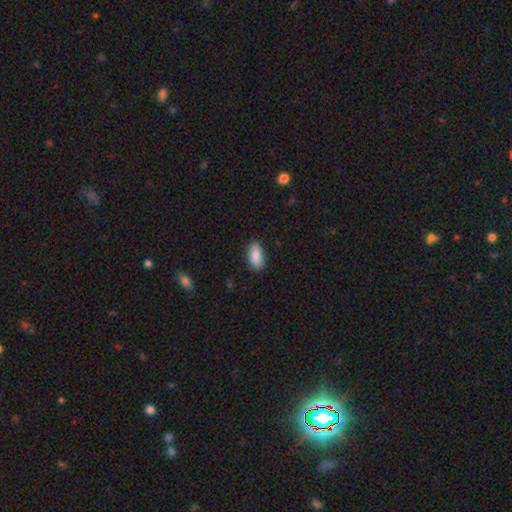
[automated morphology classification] Smooth or featured?
  - smooth: 86% *
  - featured or disk: 7%
  - star or artifact: 7%
How rounded?
  - in between: 90% *
  - cigar-shaped: 7%
  - round: 3%
Merging?
  - none: 86% *
  - minor disturbance: 11%
  - major disturbance: 2%
  - merger: 1%